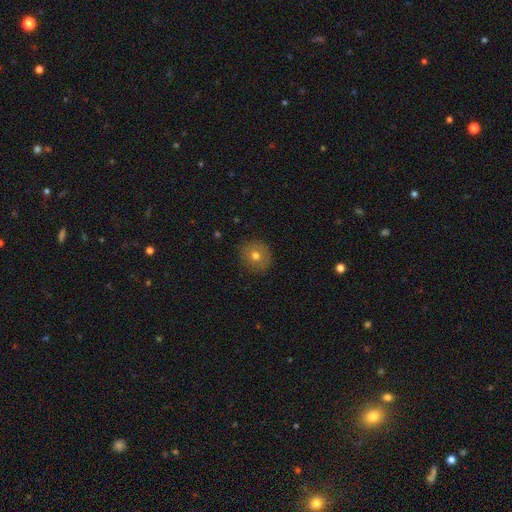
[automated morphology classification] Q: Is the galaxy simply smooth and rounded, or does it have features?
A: smooth — 70%.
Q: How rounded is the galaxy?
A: round — 91%.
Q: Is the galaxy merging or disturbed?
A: none — 87%.